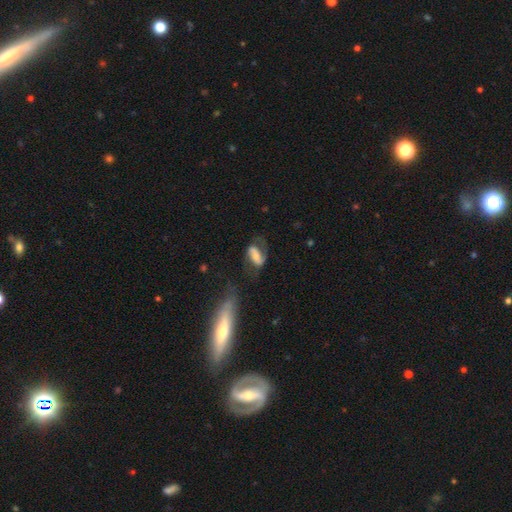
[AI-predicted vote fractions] smooth-or-featured: featured or disk: 68% | smooth: 24% | star or artifact: 7%
  disk-edge-on: no: 95% | yes: 5%
    bar: strong: 43% | weak: 34% | no: 23%
    has-spiral-arms: yes: 88% | no: 12%
      spiral-winding: loose: 43% | medium: 41% | tight: 16%
      spiral-arm-count: 2: 85% | 1: 7% | can't tell: 6% | 3: 1% | 4: 1% | more than 4: 1%
    bulge-size: moderate: 40% | small: 38% | large: 10% | none: 9% | dominant: 3%
  merging: none: 53% | major disturbance: 21% | minor disturbance: 20% | merger: 6%